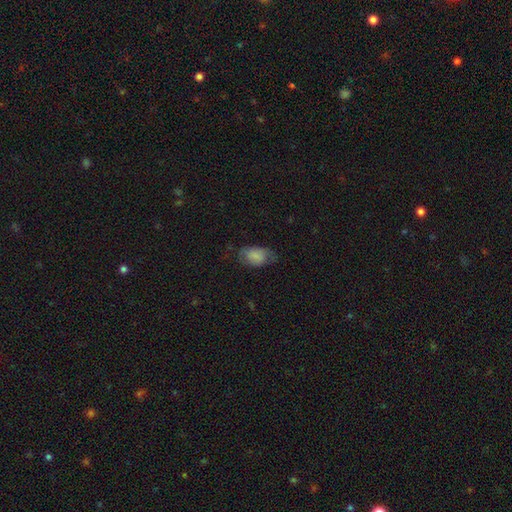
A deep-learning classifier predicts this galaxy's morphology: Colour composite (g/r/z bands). It shows a smooth galaxy with no disk features (77%) that is in between round and cigar-shaped (90%). Merging: none (53%).